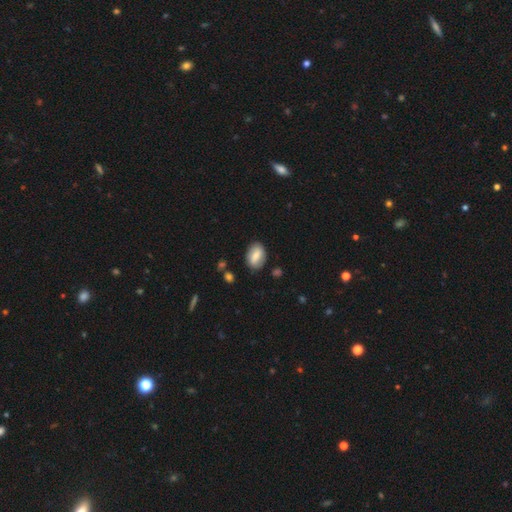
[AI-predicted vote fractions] The model was most divided on "smooth or featured": smooth: 72%, featured or disk: 21%, star or artifact: 7%. More confident: how rounded — in between (84%); merging — none (82%).